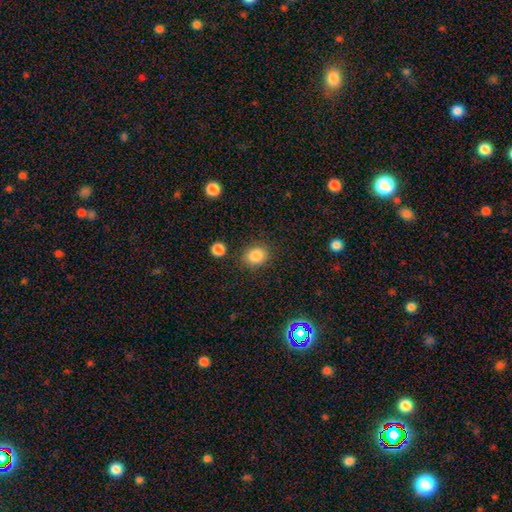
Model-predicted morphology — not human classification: smooth-or-featured: smooth: 85% | star or artifact: 10% | featured or disk: 5%
  how-rounded: round: 55% | in between: 44% | cigar-shaped: 1%
  merging: none: 84% | minor disturbance: 10% | major disturbance: 3% | merger: 3%